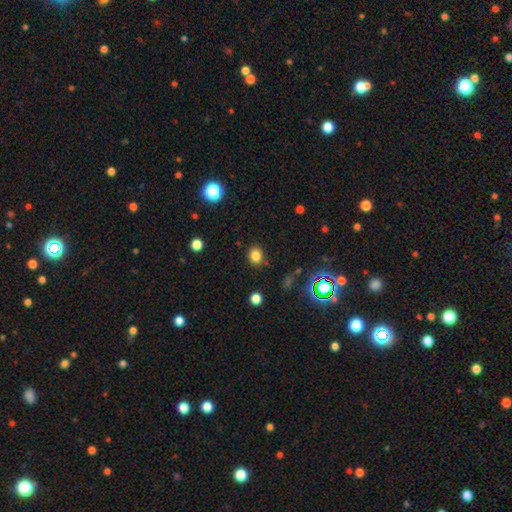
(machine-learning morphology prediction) Smooth or featured?
  - smooth: 81% *
  - star or artifact: 14%
  - featured or disk: 6%
How rounded?
  - round: 56% *
  - in between: 43%
  - cigar-shaped: 1%
Merging?
  - none: 86% *
  - minor disturbance: 9%
  - major disturbance: 3%
  - merger: 2%